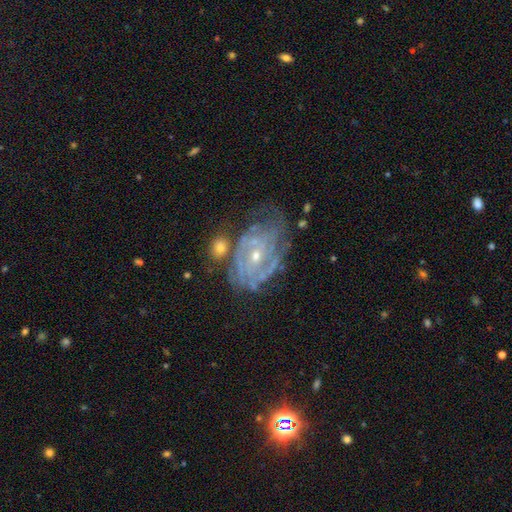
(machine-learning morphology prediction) featured or disk 84%, smooth 8%, star or artifact 8%. Down the decision tree: edge-on disk — no (96%); bar — no (68%); spiral arms — yes (90%); spiral arm count — can't tell (46%); spiral winding — tight (72%); bulge size — small (62%); merging — none (49%).